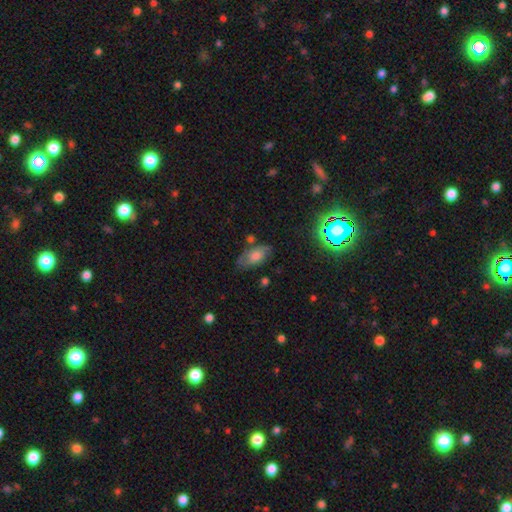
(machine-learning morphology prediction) Smooth or featured? Predicted: smooth (p=0.61). How rounded? Predicted: in between (p=0.88). Merging? Predicted: none (p=0.66).